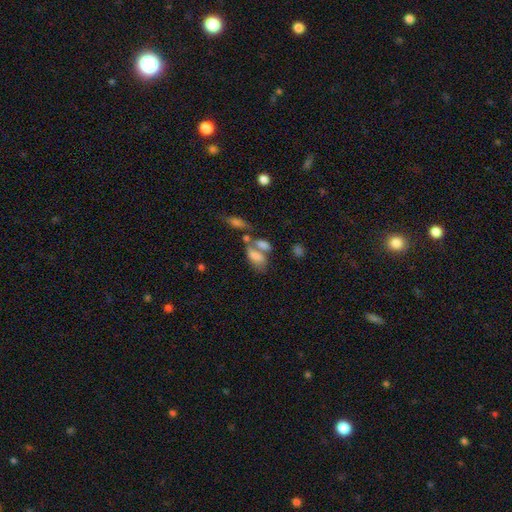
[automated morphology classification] The model was most divided on "merging": merger: 54%, none: 24%, minor disturbance: 11%, major disturbance: 10%. More confident: how rounded — in between (88%); smooth or featured — smooth (70%).